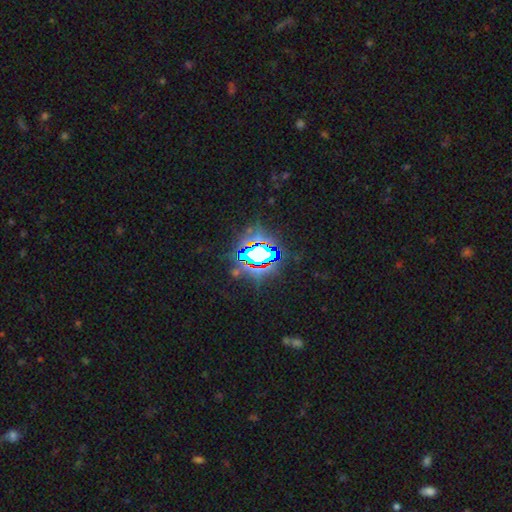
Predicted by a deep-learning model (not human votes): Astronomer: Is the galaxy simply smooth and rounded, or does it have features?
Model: star or artifact — 76%.